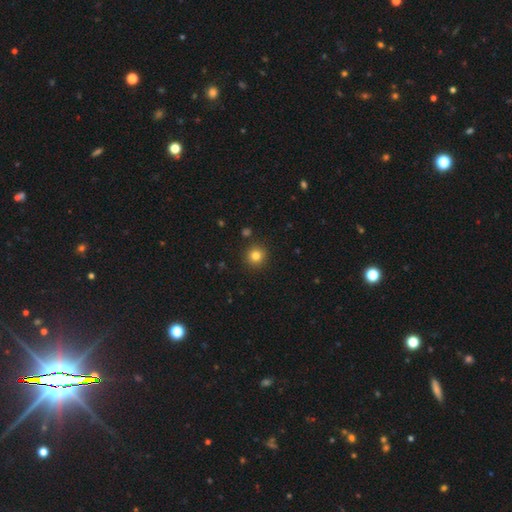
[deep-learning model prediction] A smooth galaxy with no disk features (82%) that is round (94%). Merging: none (91%).